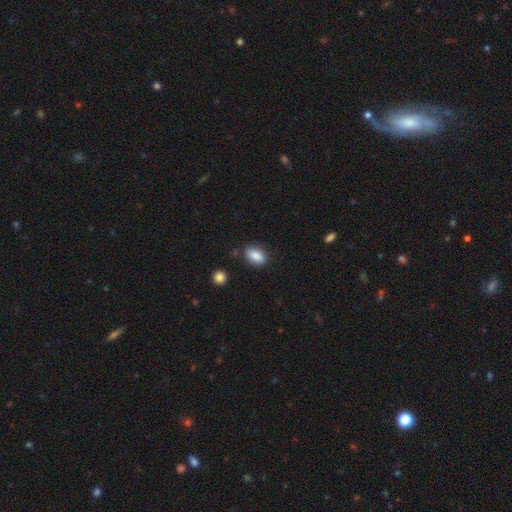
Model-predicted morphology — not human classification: A smooth galaxy with no disk features (86%) that is in between round and cigar-shaped (87%). Merging: none (81%).